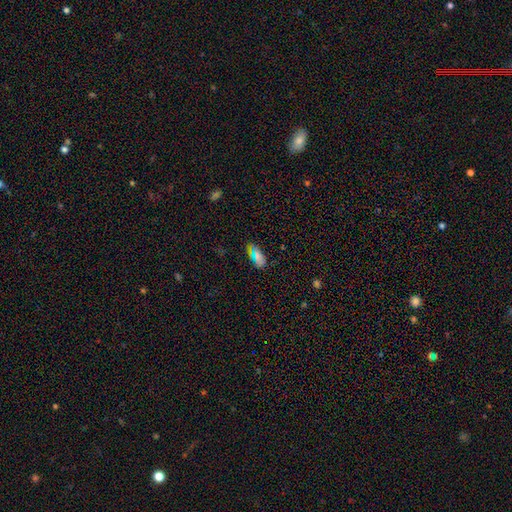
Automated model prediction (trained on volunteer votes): This appears to be a smooth galaxy with no disk features (69%) that is in between round and cigar-shaped (89%). Merging: none (79%).